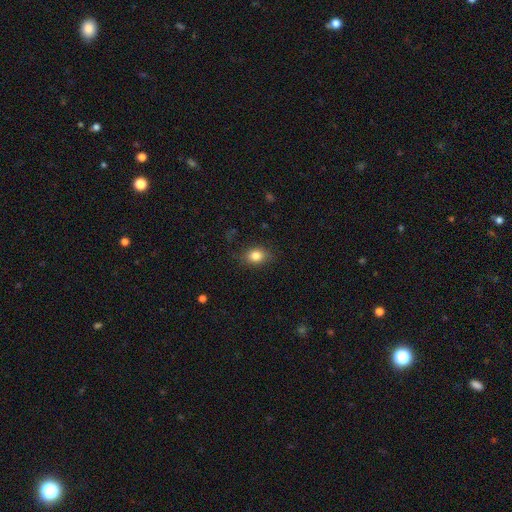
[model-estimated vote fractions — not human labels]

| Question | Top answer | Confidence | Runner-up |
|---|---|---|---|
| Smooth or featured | smooth | 83% | star or artifact (10%) |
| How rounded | in between | 64% | round (35%) |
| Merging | none | 80% | minor disturbance (15%) |